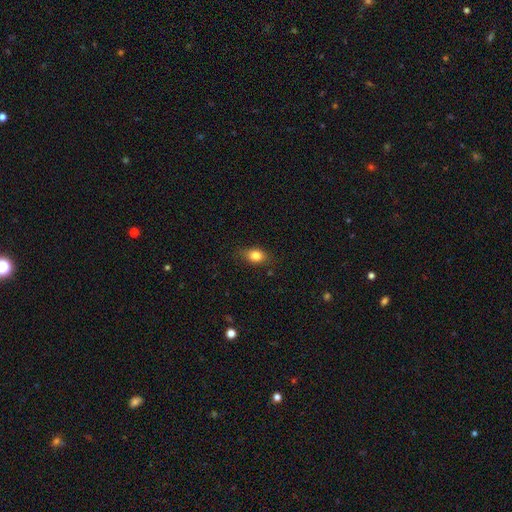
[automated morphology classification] Q: Smooth or featured?
A: smooth (81%); runner-up: featured or disk (10%)
Q: How rounded?
A: in between (73%); runner-up: round (24%)
Q: Merging?
A: none (81%); runner-up: minor disturbance (15%)